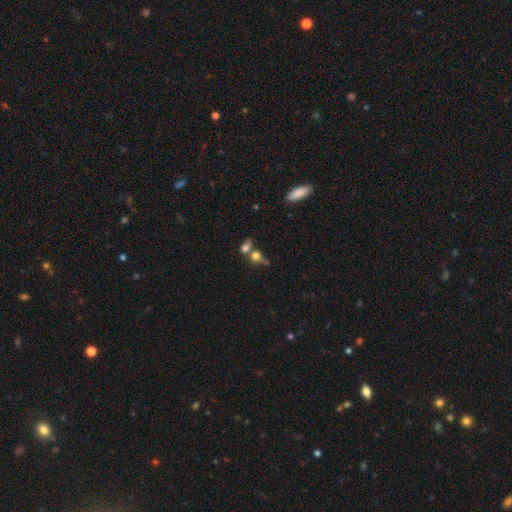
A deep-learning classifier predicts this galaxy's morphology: Smooth or featured? Predicted: smooth (p=0.69). How rounded? Predicted: round (p=0.59). Merging? Predicted: merger (p=0.50).